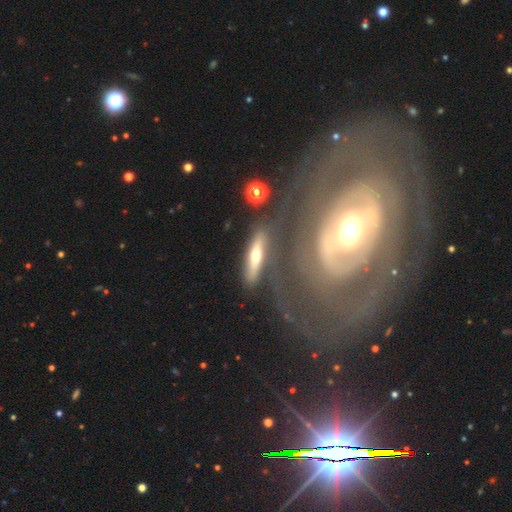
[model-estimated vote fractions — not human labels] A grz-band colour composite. It shows a featured or disk galaxy (47%). Merging: none (71%).